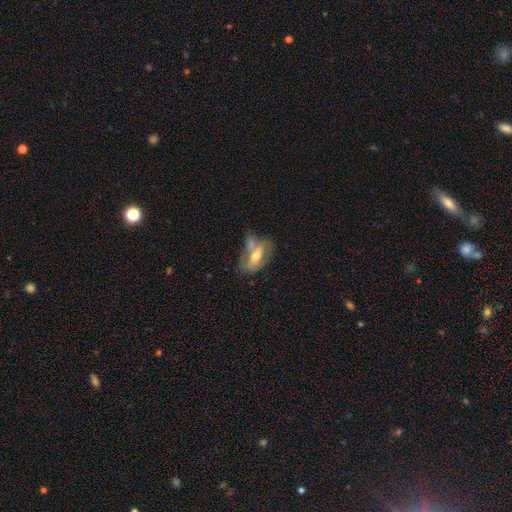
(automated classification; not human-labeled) A featured or disk galaxy (49%). Merging: none (35%).